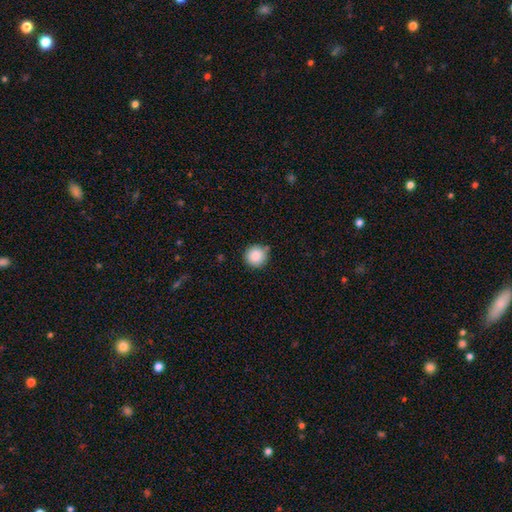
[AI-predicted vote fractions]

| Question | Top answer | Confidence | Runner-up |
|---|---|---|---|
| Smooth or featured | smooth | 88% | star or artifact (9%) |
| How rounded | round | 95% | in between (4%) |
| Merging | none | 86% | minor disturbance (9%) |